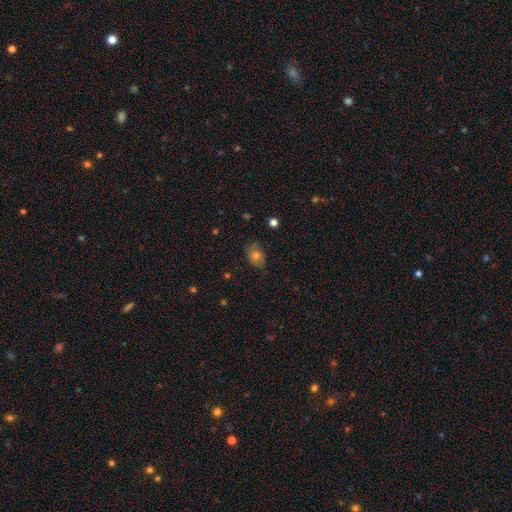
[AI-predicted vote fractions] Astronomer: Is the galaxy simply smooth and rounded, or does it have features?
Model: smooth — 72%.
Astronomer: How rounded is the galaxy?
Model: in between — 76%.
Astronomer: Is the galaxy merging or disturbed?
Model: none — 74%.